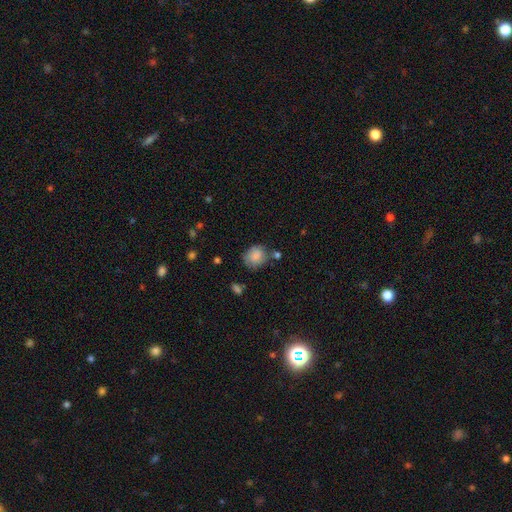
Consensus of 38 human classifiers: A smooth galaxy with no disk features (79%) that is in between round and cigar-shaped (57%).

Vote fractions:
- Smooth or featured? smooth: 79% / featured or disk: 13% / star or artifact: 8%
- How rounded? in between: 57% / round: 43% / cigar-shaped: 0%
- Merging? none: 57% / minor disturbance: 29% / merger: 11% / major disturbance: 3%